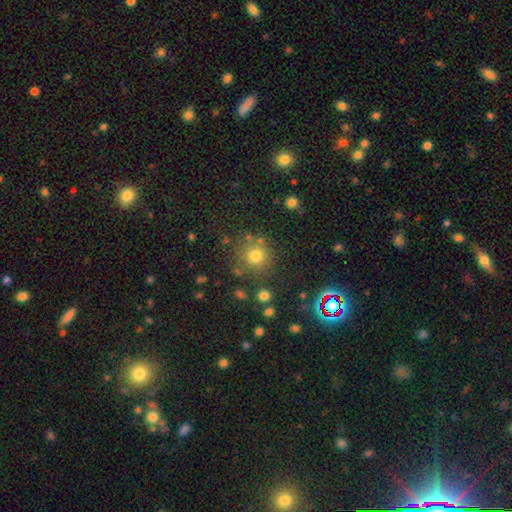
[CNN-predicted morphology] This is likely a smooth galaxy (75%). How rounded: clearly round (92%). Merging: likely none (79%).